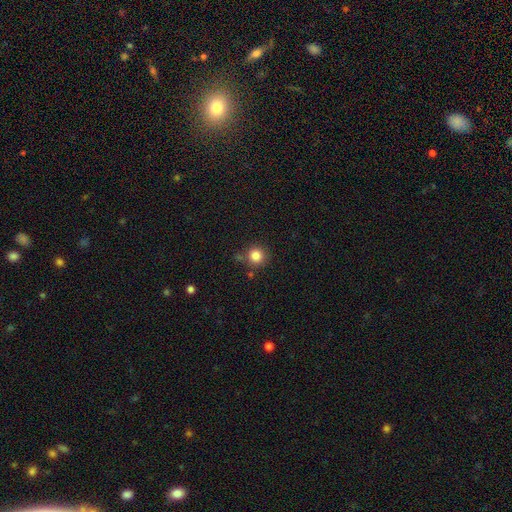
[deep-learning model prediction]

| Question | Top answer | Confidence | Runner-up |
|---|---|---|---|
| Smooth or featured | smooth | 84% | star or artifact (11%) |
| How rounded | round | 93% | in between (6%) |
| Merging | none | 80% | minor disturbance (10%) |